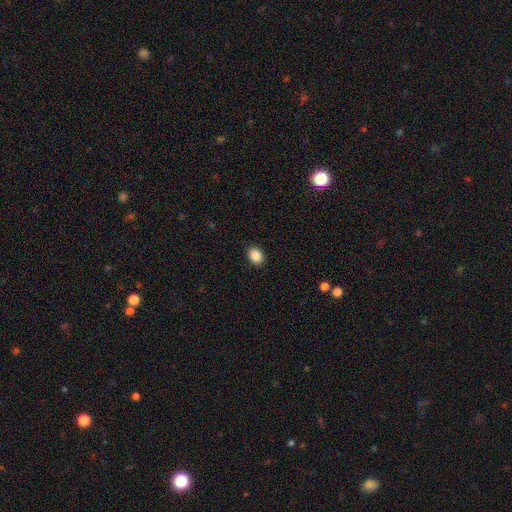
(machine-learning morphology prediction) smooth_or_featured: smooth (p=0.88) [alt: star or artifact p=0.08]
how_rounded: in between (p=0.64) [alt: round p=0.35]
merging: none (p=0.90) [alt: minor disturbance p=0.07]